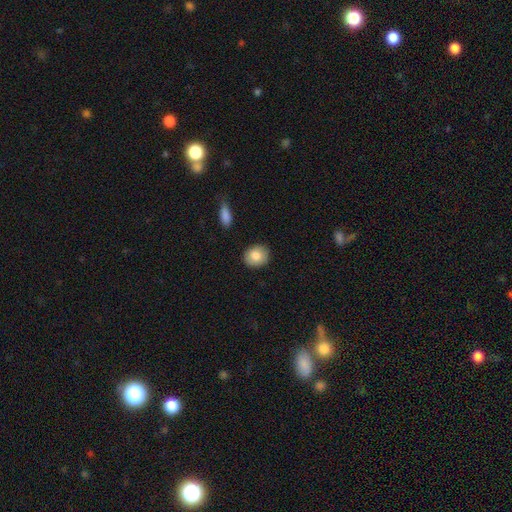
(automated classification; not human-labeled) A smooth galaxy with no disk features (84%) that is round (71%). Merging: none (87%).